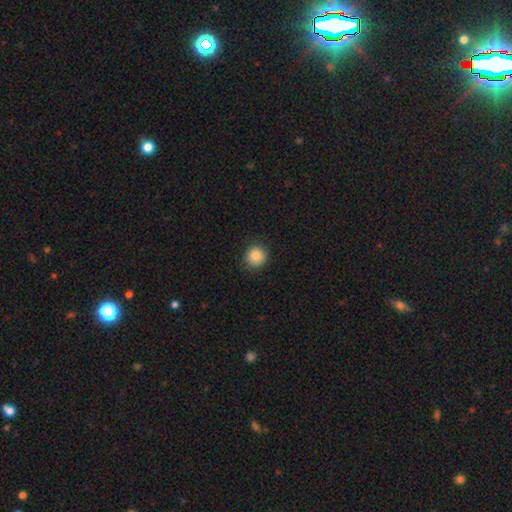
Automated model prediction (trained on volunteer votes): Smooth or featured: smooth — 85% (star or artifact — 9%)
How rounded: round — 93% (in between — 6%)
Merging: none — 89% (minor disturbance — 8%)